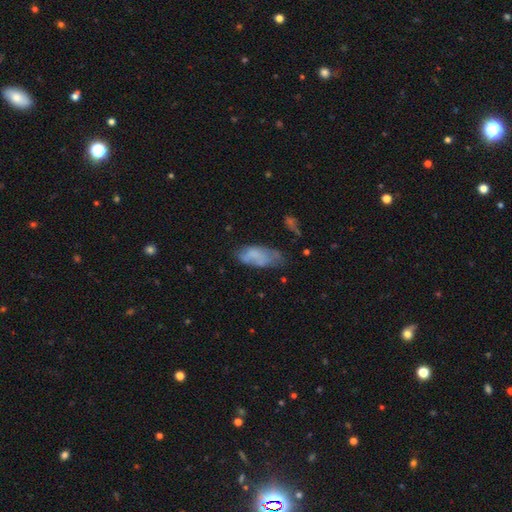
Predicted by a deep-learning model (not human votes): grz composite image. It shows a smooth galaxy with no disk features (59%) that is in between round and cigar-shaped (86%). Merging: none (39%).